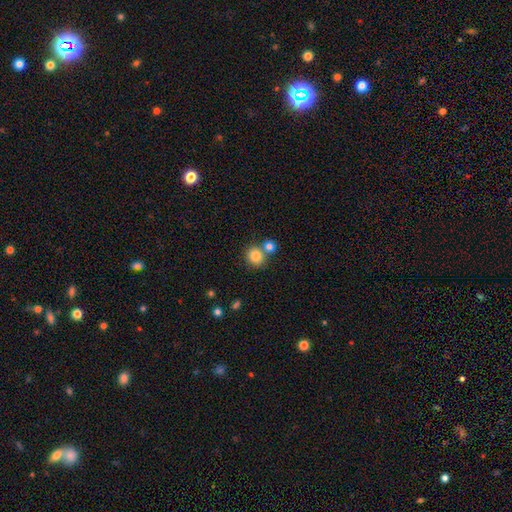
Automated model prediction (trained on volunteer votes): Smooth or featured: smooth — 83% (star or artifact — 10%)
How rounded: round — 86% (in between — 13%)
Merging: none — 58% (merger — 30%)